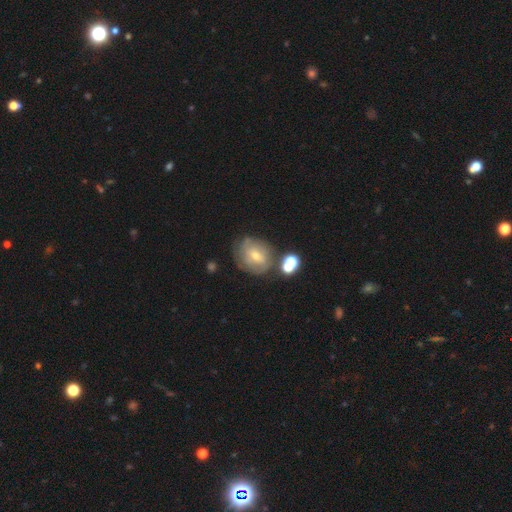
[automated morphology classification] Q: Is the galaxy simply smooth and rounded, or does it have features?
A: featured or disk — 52%.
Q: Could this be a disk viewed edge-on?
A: no — 95%.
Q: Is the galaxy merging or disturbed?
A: none — 57%.